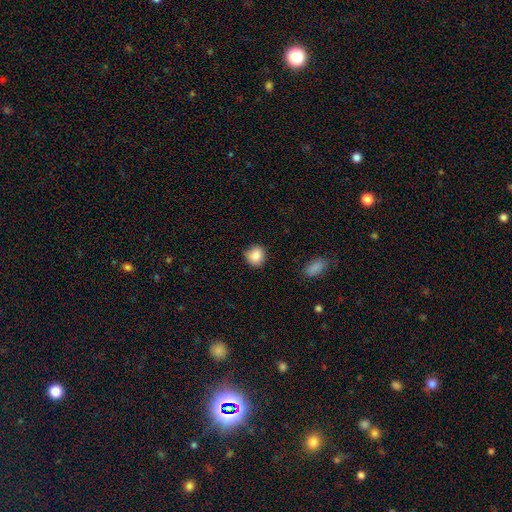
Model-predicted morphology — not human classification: The model was most divided on "merging": none: 81%, minor disturbance: 15%, major disturbance: 3%, merger: 2%. More confident: smooth or featured — smooth (86%); how rounded — round (83%).